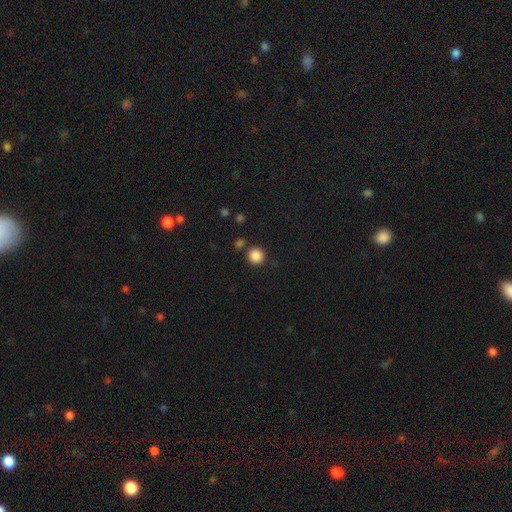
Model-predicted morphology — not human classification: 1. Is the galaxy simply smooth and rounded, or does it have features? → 87% smooth, 10% star or artifact, 3% featured or disk.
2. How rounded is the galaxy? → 94% round, 5% in between, 1% cigar-shaped.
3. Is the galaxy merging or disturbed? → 84% none, 7% minor disturbance, 7% merger, 3% major disturbance.